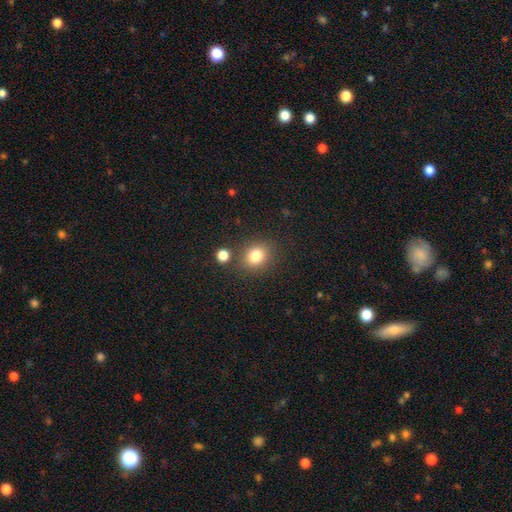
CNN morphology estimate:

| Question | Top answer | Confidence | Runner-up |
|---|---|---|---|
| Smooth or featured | smooth | 81% | star or artifact (12%) |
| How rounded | round | 65% | in between (34%) |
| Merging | none | 78% | minor disturbance (10%) |